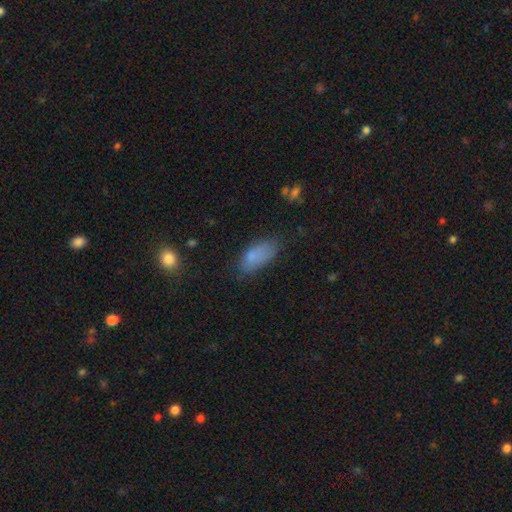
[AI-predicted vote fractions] smooth-or-featured: smooth: 81% | featured or disk: 10% | star or artifact: 9%
  how-rounded: in between: 88% | cigar-shaped: 8% | round: 3%
  merging: none: 59% | minor disturbance: 28% | major disturbance: 10% | merger: 3%